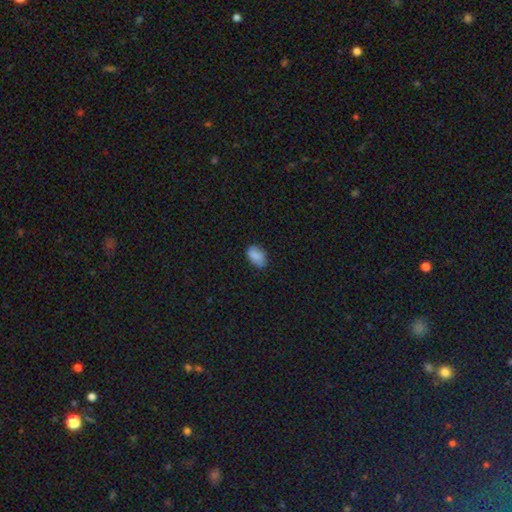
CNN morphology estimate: A smooth galaxy with no disk features (85%) that is in between round and cigar-shaped (87%). Merging: none (69%).